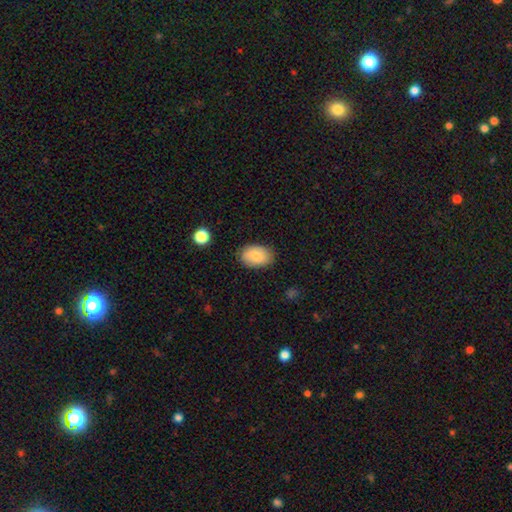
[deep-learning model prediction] Overall: smooth (81%). How rounded: in between (86%). Merging: none (82%).